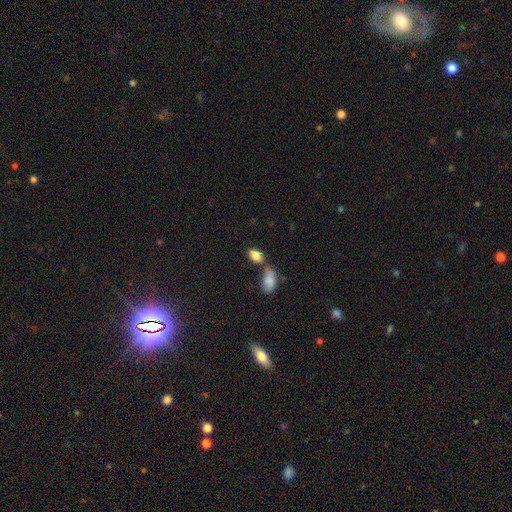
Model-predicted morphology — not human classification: Smooth or featured: smooth — 85% (star or artifact — 8%)
How rounded: in between — 88% (round — 9%)
Merging: none — 44% (merger — 38%)